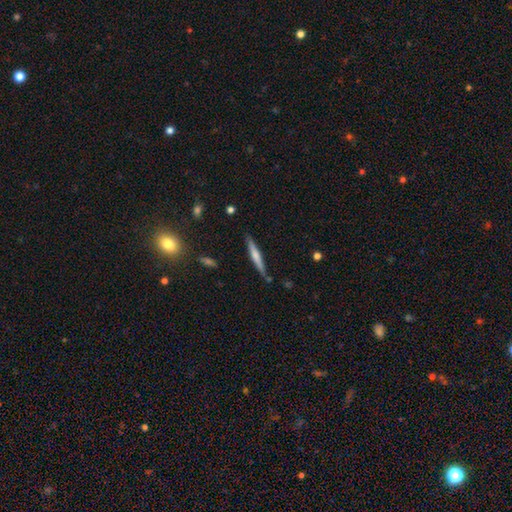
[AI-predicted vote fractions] This is possibly a smooth galaxy (48%). Merging: clearly none (82%).